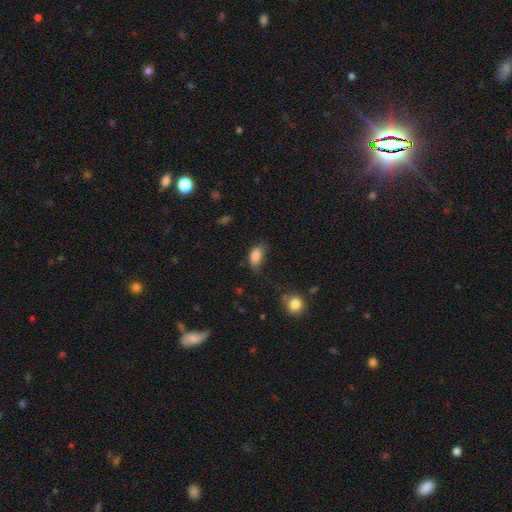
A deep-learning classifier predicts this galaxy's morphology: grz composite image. It shows a smooth galaxy with no disk features (86%) that is in between round and cigar-shaped (90%). Merging: none (61%).